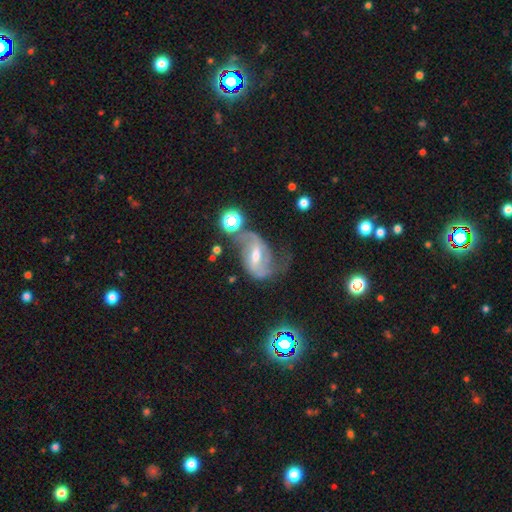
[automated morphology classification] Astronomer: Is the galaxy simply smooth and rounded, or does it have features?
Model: featured or disk — 83%.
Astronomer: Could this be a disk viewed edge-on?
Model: no — 96%.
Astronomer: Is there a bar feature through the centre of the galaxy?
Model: strong — 47% (runner-up: weak, 41%).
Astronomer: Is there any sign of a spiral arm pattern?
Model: yes — 94%.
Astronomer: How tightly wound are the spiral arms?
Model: medium — 43% (runner-up: loose, 42%).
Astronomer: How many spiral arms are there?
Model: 2 — 85%.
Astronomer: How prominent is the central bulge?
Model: moderate — 54% (runner-up: small, 40%).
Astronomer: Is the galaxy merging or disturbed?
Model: none — 52%.